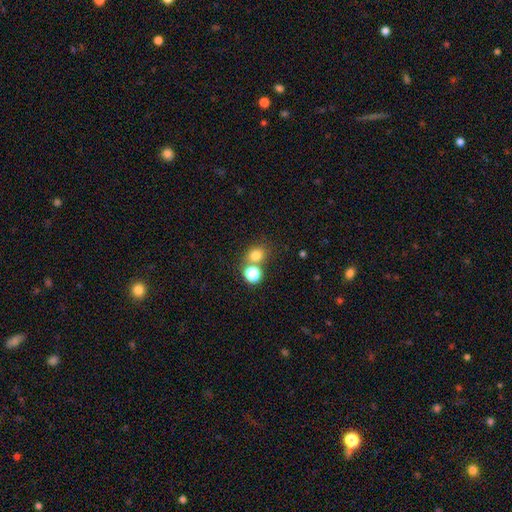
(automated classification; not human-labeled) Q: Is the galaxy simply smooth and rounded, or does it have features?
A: smooth — 75%.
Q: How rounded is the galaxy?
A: round — 77%.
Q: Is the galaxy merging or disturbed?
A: none — 60%.